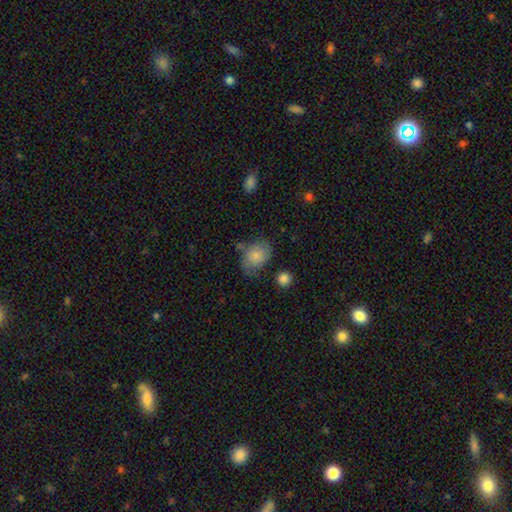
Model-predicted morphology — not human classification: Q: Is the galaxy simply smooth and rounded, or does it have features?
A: smooth — 72%.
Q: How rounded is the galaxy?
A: in between — 67%.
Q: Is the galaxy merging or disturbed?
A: none — 50%.